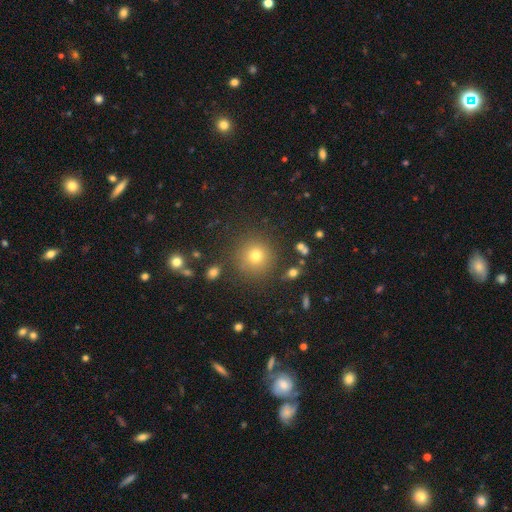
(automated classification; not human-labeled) This is likely a smooth galaxy (72%). How rounded: clearly round (94%). Merging: clearly none (86%).